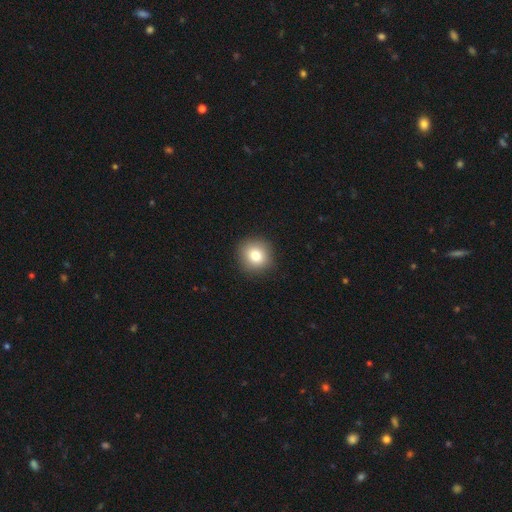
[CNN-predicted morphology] smooth-or-featured: smooth: 80% | star or artifact: 11% | featured or disk: 9%
  how-rounded: round: 91% | in between: 8% | cigar-shaped: 1%
  merging: none: 91% | minor disturbance: 6% | major disturbance: 2% | merger: 1%